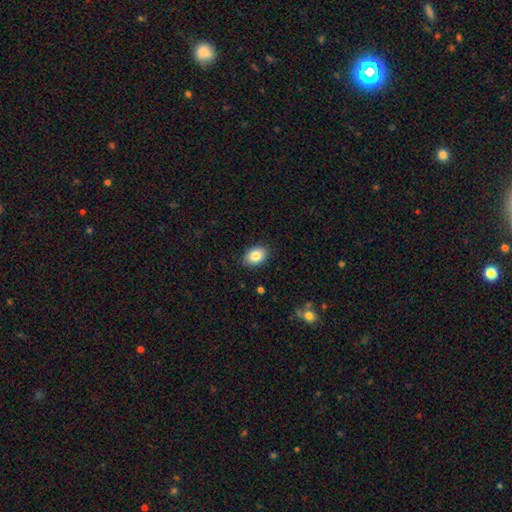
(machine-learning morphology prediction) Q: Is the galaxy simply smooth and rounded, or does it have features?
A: smooth — 86%.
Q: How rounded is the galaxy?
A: in between — 75%.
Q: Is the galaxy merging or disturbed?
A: none — 87%.